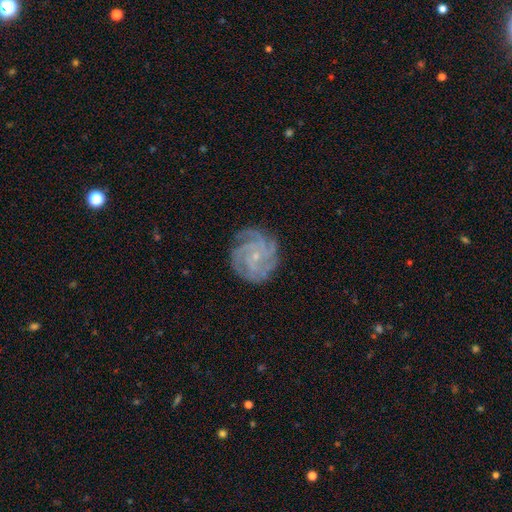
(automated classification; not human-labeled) This is clearly a featured or disk galaxy (85%). It is clearly not viewed edge-on (98%). Bar: likely no (72%). Spiral arm pattern: clearly yes (98%). Spiral arm count: marginally 4 (41%). Spiral winding: likely tight (69%). Central bulge: clearly small (81%). Merging: clearly none (81%).